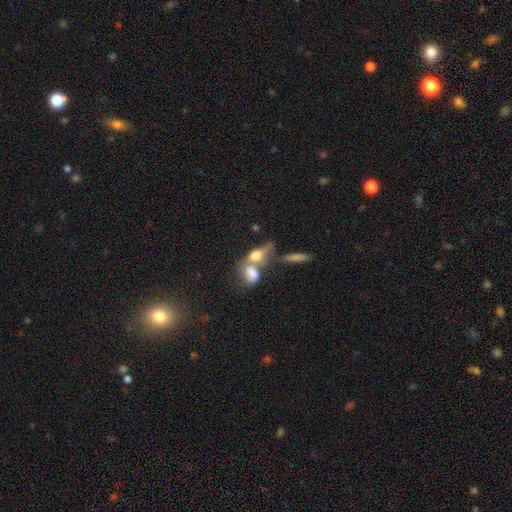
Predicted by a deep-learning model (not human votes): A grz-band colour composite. It shows a smooth galaxy with no disk features (63%) that is in between round and cigar-shaped (70%). Merging: merger (61%).